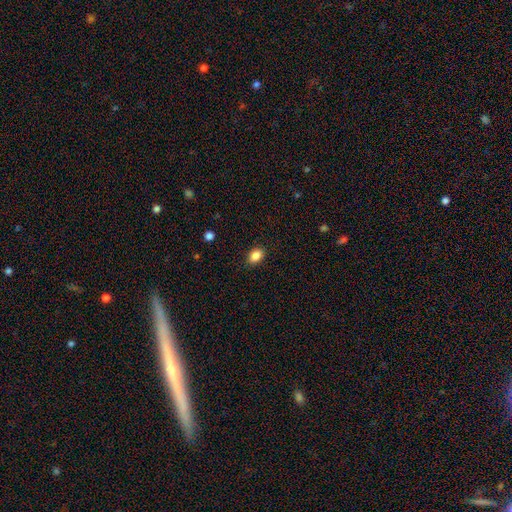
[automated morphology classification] Smooth or featured?
  - smooth: 87% *
  - star or artifact: 9%
  - featured or disk: 4%
How rounded?
  - in between: 79% *
  - round: 19%
  - cigar-shaped: 1%
Merging?
  - none: 87% *
  - minor disturbance: 10%
  - major disturbance: 2%
  - merger: 1%